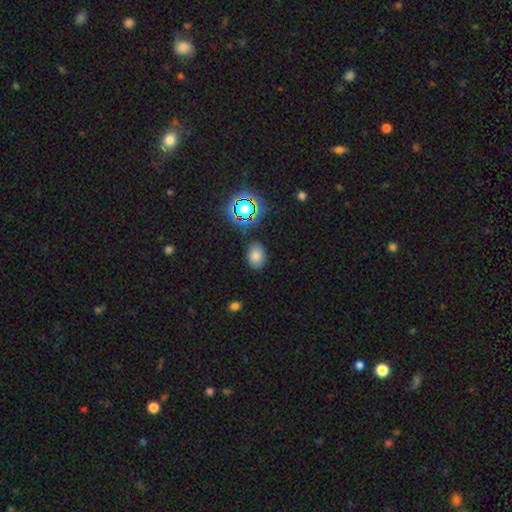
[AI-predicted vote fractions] Overall: smooth (72%). How rounded: in between (65%; round 34%). Merging: none (82%).